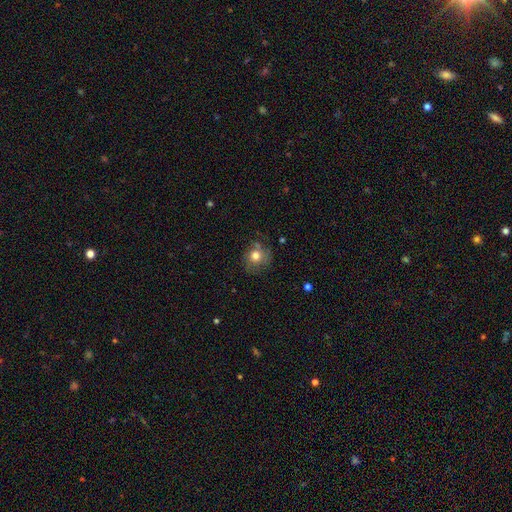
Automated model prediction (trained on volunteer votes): Smooth or featured? smooth (63%)
How rounded? round (83%)
Merging? none (66%)